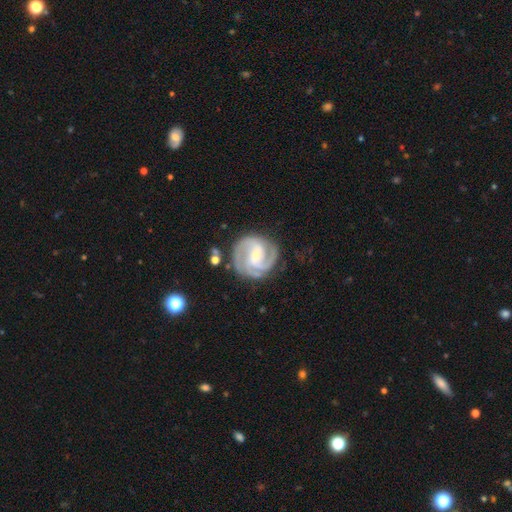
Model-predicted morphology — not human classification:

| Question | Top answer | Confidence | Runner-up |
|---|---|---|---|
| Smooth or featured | featured or disk | 90% | smooth (6%) |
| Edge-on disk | no | 98% | yes (2%) |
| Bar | weak | 47% | no (32%) |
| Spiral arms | yes | 98% | no (2%) |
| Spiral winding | tight | 49% | medium (44%) |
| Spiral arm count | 2 | 42% | 3 (38%) |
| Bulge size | small | 65% | moderate (31%) |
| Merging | none | 78% | minor disturbance (14%) |